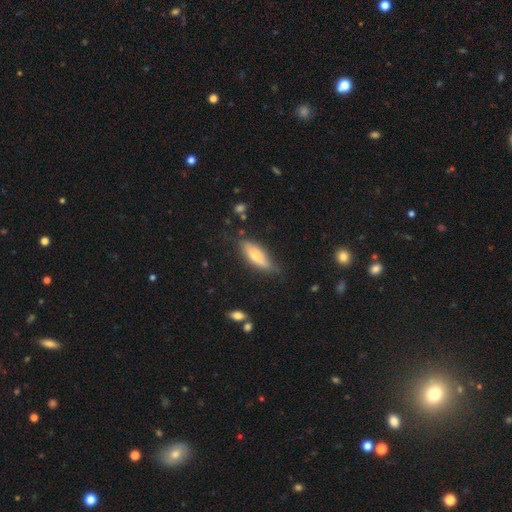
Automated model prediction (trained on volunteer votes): Smooth or featured? Predicted: smooth (p=0.63). How rounded? Predicted: in between (p=0.56). Merging? Predicted: none (p=0.66).